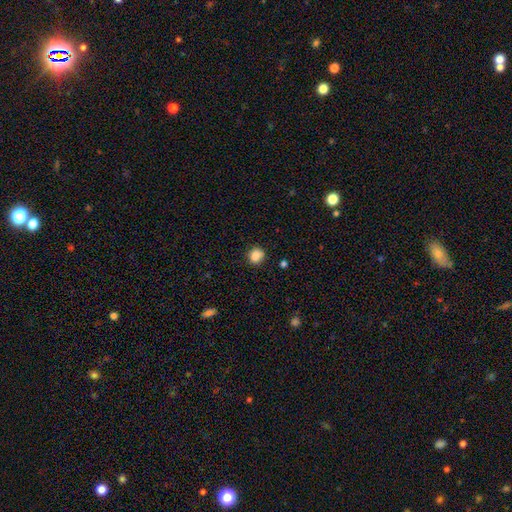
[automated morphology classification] smooth 86%, star or artifact 10%, featured or disk 4%. Down the decision tree: how rounded — round (81%); merging — none (79%).